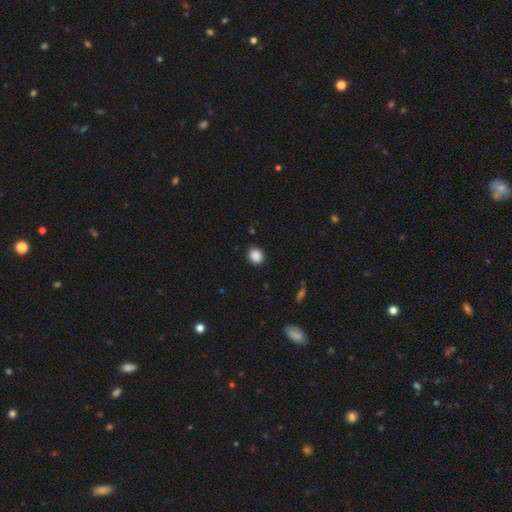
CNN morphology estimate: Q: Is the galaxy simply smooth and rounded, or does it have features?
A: smooth — 88%.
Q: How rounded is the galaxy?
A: round — 76%.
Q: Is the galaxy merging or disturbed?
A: none — 90%.